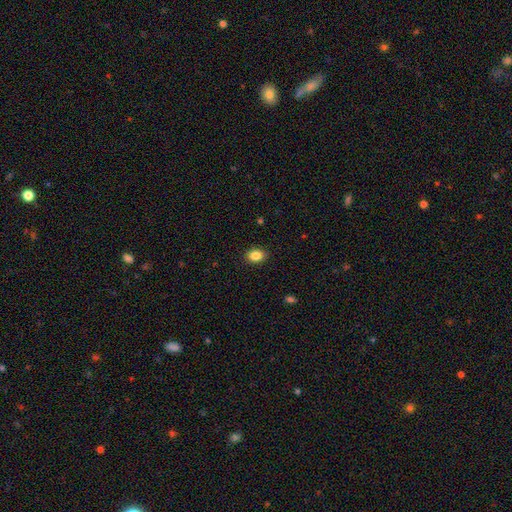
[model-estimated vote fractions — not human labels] This appears to be a smooth galaxy with no disk features (86%) that is in between round and cigar-shaped (69%). Merging: none (89%).